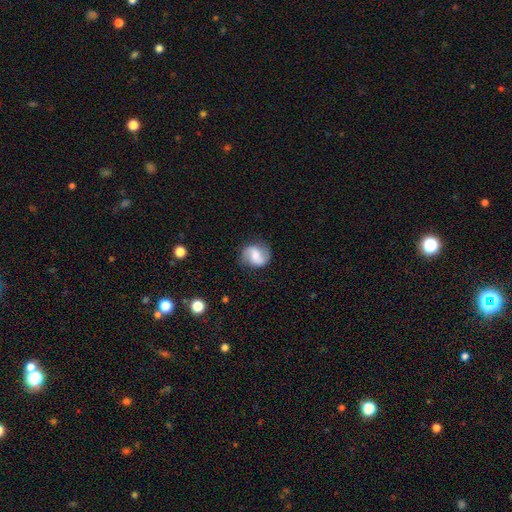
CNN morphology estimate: This appears to be a featured or disk galaxy (55%) with a weak bar (43%), spiral arms (90%) and a moderate central bulge (39%). Merging: none (79%).